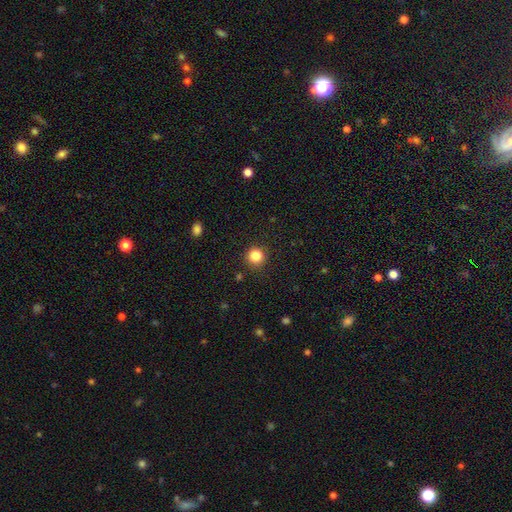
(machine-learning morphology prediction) This appears to be a smooth galaxy with no disk features (84%) that is round (93%). Merging: none (91%).